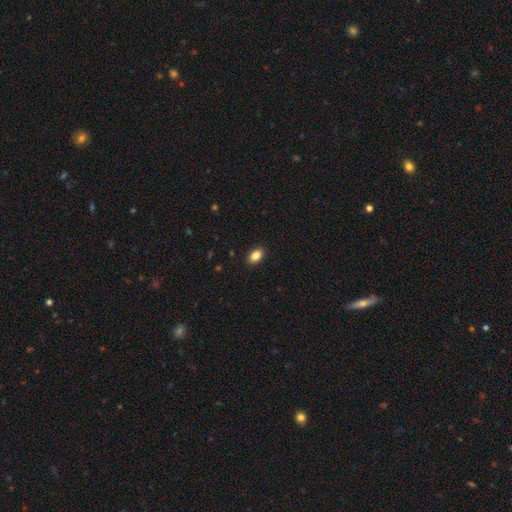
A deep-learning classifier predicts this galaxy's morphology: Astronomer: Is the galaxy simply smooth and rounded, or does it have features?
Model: smooth — 86%.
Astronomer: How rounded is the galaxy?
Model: in between — 89%.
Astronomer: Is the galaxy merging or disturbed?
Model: none — 90%.